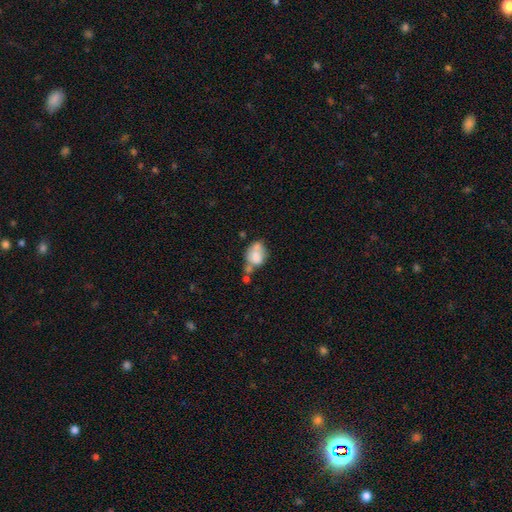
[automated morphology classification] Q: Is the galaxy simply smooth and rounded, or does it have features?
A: smooth — 67%.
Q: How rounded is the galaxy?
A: in between — 69%.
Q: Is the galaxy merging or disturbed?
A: merger — 39%.